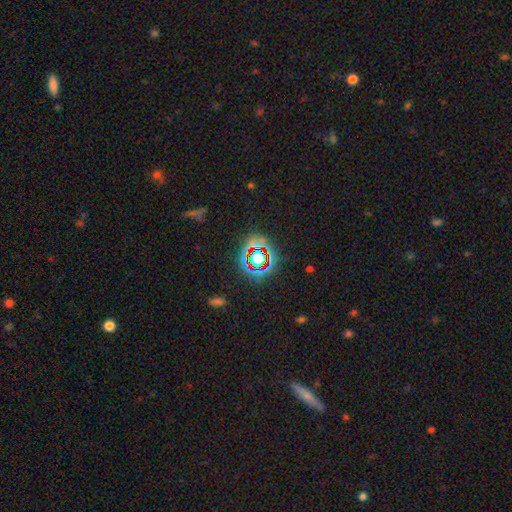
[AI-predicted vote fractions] smooth_or_featured: star or artifact (p=0.69) [alt: smooth p=0.20]